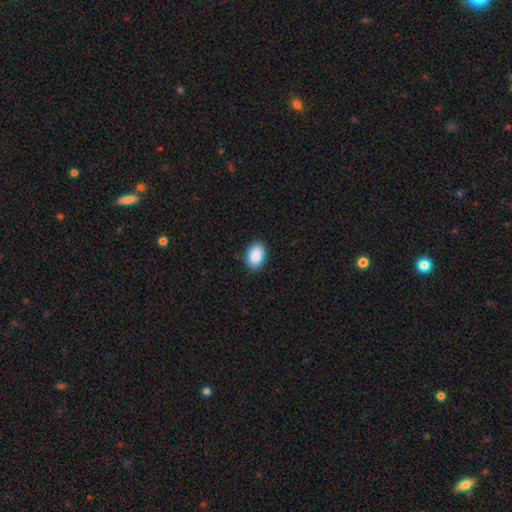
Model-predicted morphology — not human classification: Q: Smooth or featured?
A: smooth (90%); runner-up: star or artifact (7%)
Q: How rounded?
A: in between (90%); runner-up: round (9%)
Q: Merging?
A: none (89%); runner-up: minor disturbance (8%)